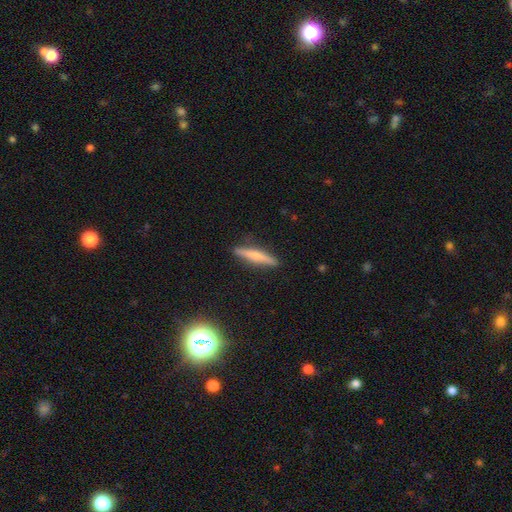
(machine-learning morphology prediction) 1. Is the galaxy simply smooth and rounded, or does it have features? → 54% smooth, 39% featured or disk, 7% star or artifact.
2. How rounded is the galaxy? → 91% cigar-shaped, 8% in between, 2% round.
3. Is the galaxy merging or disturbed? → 89% none, 8% minor disturbance, 2% major disturbance, 1% merger.